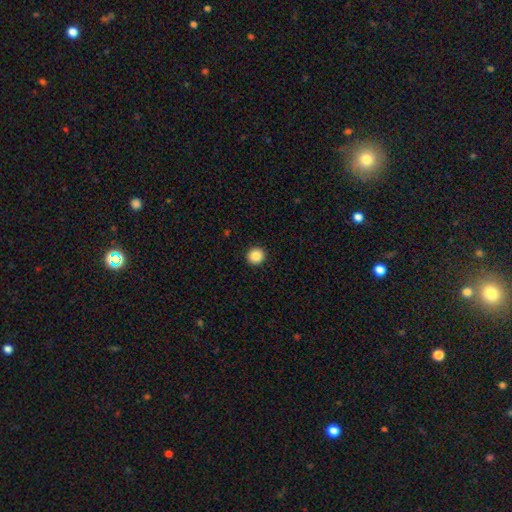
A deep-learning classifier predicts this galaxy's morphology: This is clearly a smooth galaxy (87%). How rounded: clearly round (94%). Merging: clearly none (93%).